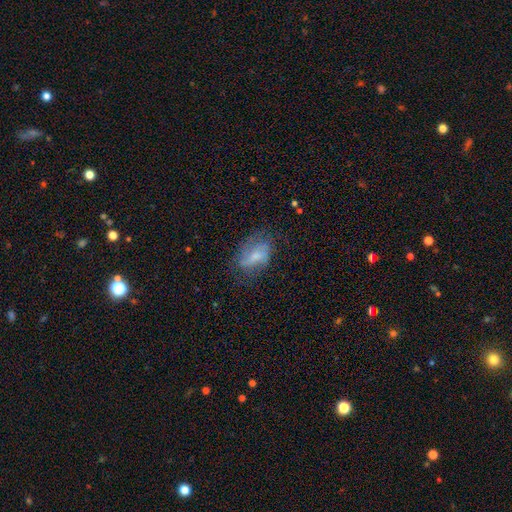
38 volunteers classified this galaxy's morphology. Smooth or featured?
  - smooth: 61% *
  - featured or disk: 37%
  - star or artifact: 3%
How rounded?
  - in between: 83% *
  - round: 17%
  - cigar-shaped: 0%
Merging?
  - none: 43% *
  - major disturbance: 30%
  - minor disturbance: 27%
  - merger: 0%